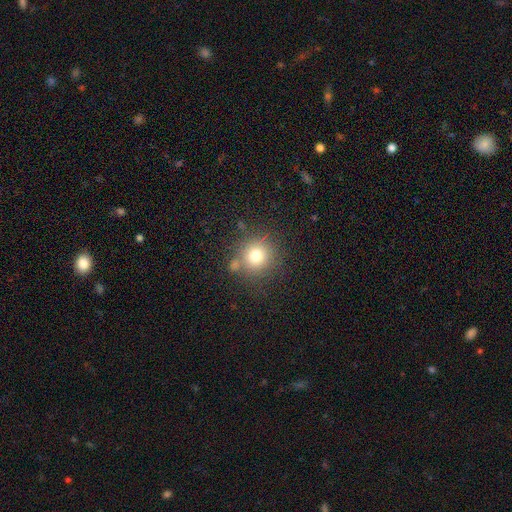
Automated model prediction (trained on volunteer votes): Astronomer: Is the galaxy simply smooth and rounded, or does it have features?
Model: smooth — 77%.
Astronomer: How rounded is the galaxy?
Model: round — 92%.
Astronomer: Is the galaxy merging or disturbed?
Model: none — 75%.